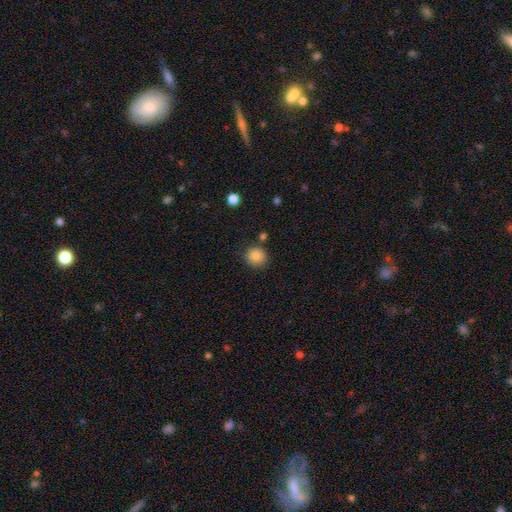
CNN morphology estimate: Smooth or featured? smooth (84%)
How rounded? round (90%)
Merging? none (83%)